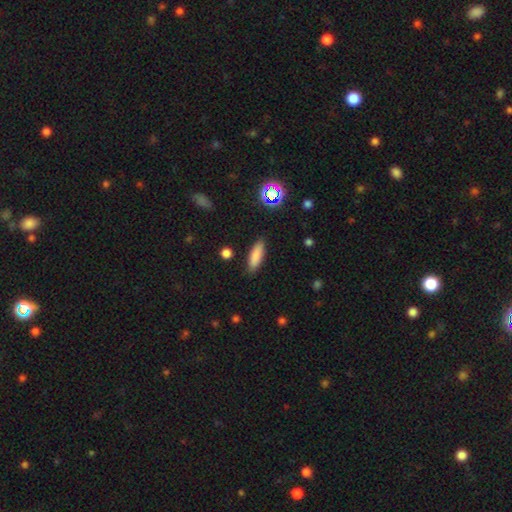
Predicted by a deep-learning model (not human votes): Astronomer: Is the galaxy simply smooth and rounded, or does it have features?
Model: smooth — 83%.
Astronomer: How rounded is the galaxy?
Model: in between — 51% (runner-up: cigar-shaped, 46%).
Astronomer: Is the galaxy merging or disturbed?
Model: none — 88%.